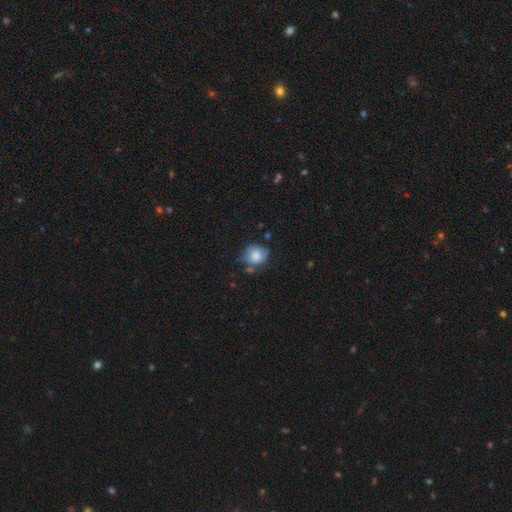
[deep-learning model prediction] Smooth or featured: smooth — 77% (featured or disk — 15%)
How rounded: round — 78% (in between — 21%)
Merging: none — 58% (minor disturbance — 27%)